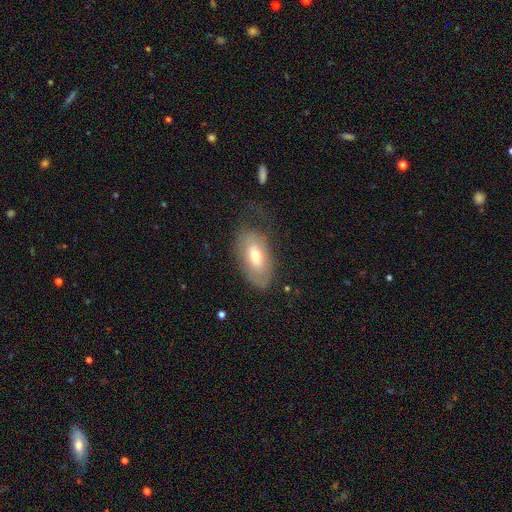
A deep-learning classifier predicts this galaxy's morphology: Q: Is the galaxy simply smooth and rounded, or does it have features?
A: smooth — 63%.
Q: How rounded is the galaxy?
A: in between — 92%.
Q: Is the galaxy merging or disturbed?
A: none — 59%.